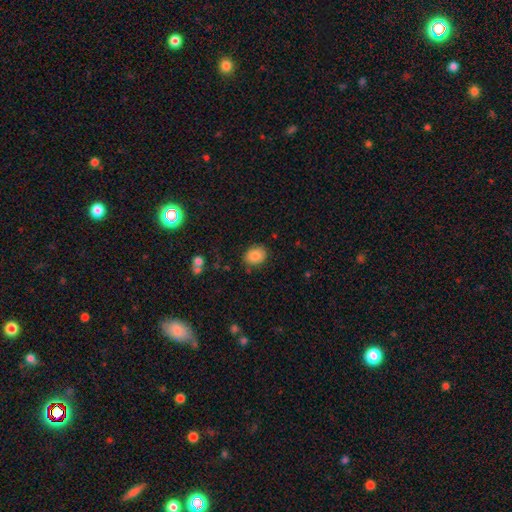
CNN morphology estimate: Smooth or featured? Predicted: smooth (p=0.85). How rounded? Predicted: in between (p=0.55). Merging? Predicted: none (p=0.83).